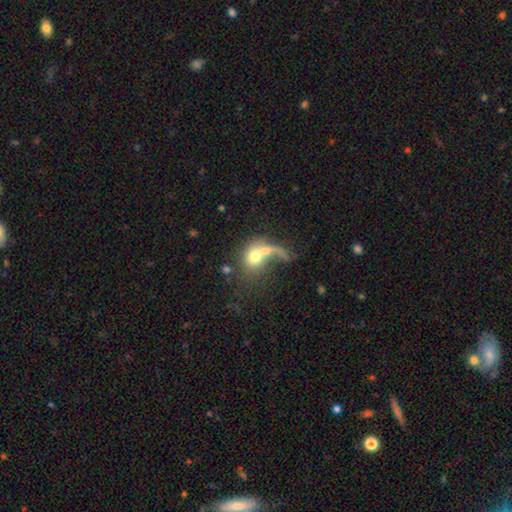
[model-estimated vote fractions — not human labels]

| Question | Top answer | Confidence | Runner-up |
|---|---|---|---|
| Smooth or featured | smooth | 59% | featured or disk (31%) |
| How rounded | in between | 49% | round (48%) |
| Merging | merger | 44% | major disturbance (29%) |